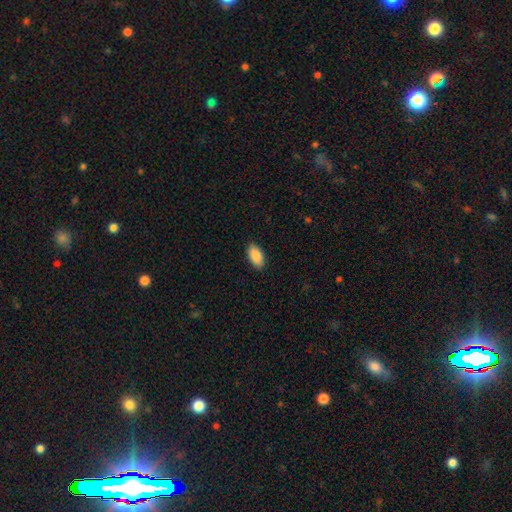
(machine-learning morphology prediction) This is clearly a smooth galaxy (89%). How rounded: clearly in between (93%). Merging: clearly none (89%).